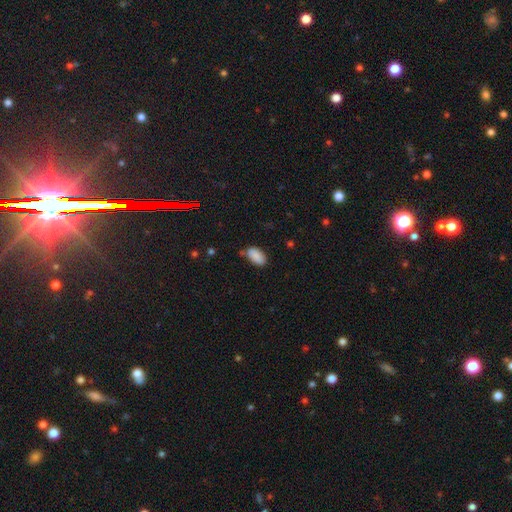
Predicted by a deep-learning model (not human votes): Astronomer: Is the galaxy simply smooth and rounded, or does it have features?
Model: smooth — 87%.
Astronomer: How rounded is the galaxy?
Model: in between — 94%.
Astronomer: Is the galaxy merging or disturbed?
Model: none — 67%.